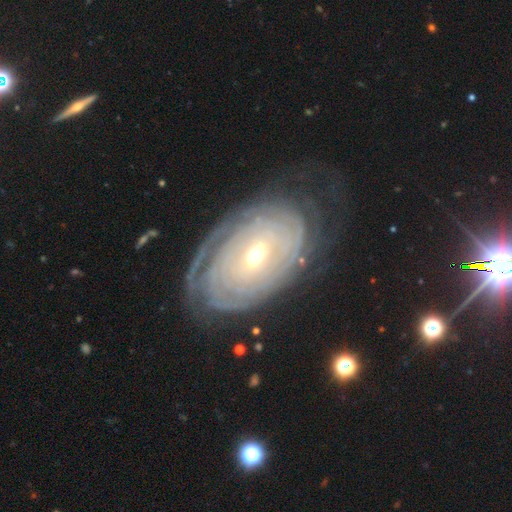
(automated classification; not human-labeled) Smooth or featured: featured or disk — 85% (smooth — 9%)
Edge-on disk: no — 95% (yes — 5%)
Bar: no — 44% (weak — 38%)
Spiral arms: yes — 93% (no — 7%)
Spiral winding: tight — 85% (medium — 11%)
Spiral arm count: can't tell — 46% (more than 4 — 13%)
Bulge size: moderate — 53% (small — 42%)
Merging: none — 73% (minor disturbance — 17%)